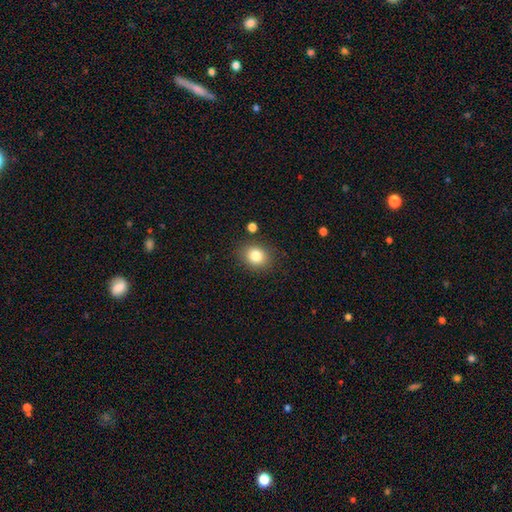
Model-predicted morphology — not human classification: Smooth or featured? Predicted: smooth (p=0.83). How rounded? Predicted: round (p=0.65). Merging? Predicted: none (p=0.84).